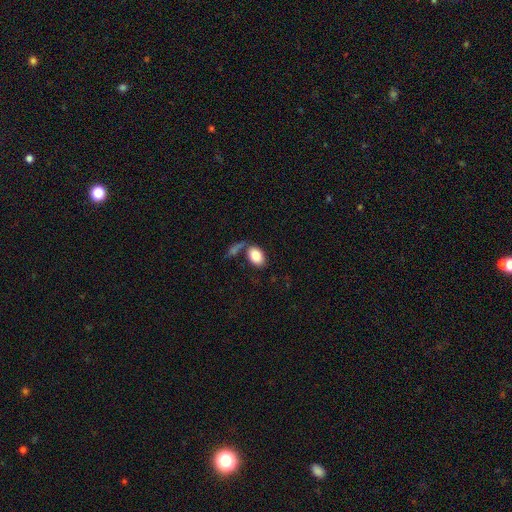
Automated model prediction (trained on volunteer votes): smooth-or-featured: smooth: 84% | featured or disk: 9% | star or artifact: 7%
  how-rounded: in between: 89% | round: 10% | cigar-shaped: 1%
  merging: none: 56% | merger: 23% | minor disturbance: 14% | major disturbance: 7%